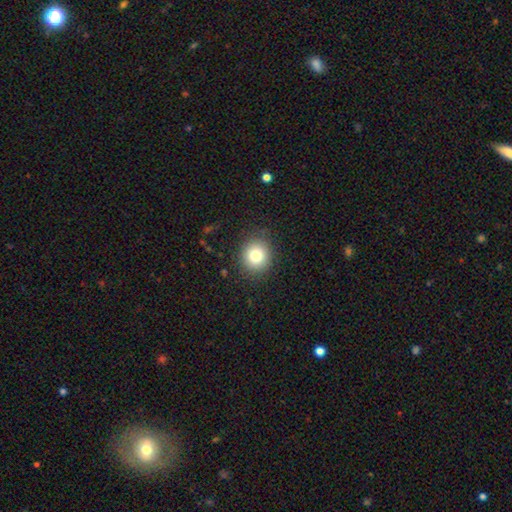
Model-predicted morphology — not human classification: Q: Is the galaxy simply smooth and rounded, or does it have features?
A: smooth — 80%.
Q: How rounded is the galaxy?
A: round — 85%.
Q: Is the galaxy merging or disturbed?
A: none — 87%.